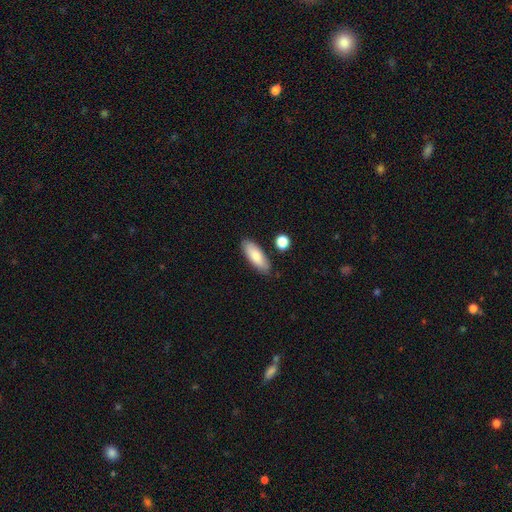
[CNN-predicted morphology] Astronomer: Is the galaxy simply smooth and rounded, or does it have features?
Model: smooth — 81%.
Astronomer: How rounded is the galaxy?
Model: in between — 72%.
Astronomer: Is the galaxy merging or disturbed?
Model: none — 83%.